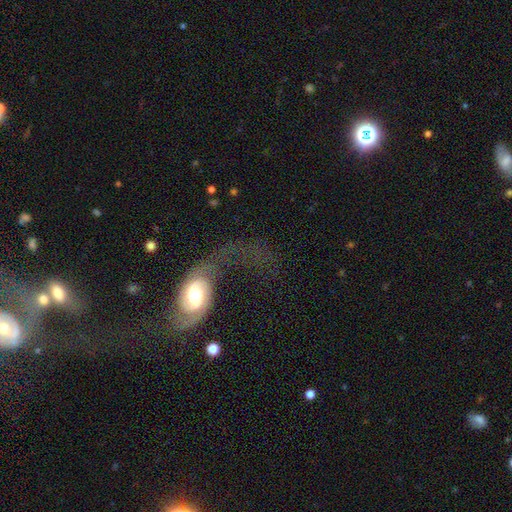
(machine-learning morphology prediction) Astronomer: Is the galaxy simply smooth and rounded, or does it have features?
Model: featured or disk — 70%.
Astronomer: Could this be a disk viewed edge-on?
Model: no — 94%.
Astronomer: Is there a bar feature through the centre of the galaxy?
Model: no — 62%.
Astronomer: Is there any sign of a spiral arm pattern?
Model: yes — 86%.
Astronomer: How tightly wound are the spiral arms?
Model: loose — 87%.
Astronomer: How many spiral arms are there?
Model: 2 — 79%.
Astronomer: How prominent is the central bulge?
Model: moderate — 52%.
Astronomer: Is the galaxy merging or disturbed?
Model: major disturbance — 43% (runner-up: none, 35%).